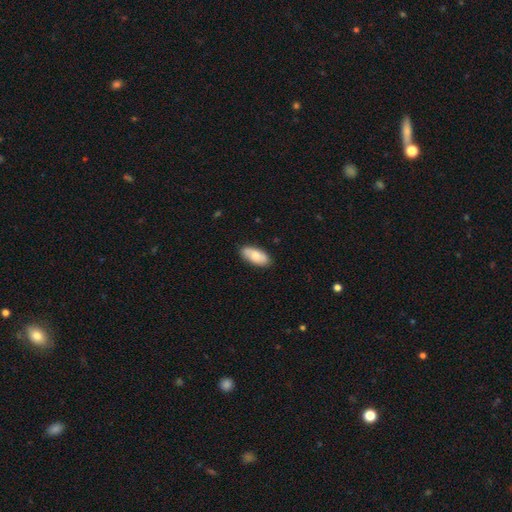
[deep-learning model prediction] Morphology: type=smooth (78%); roundness=in between (88%); merging=none (87%).